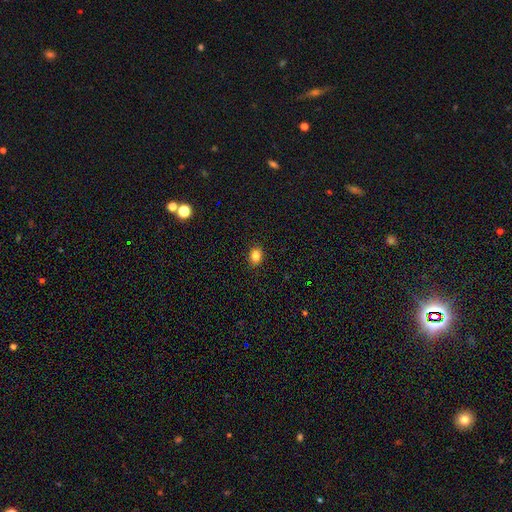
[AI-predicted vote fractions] A smooth galaxy with no disk features (85%) that is in between round and cigar-shaped (58%). Merging: none (90%).